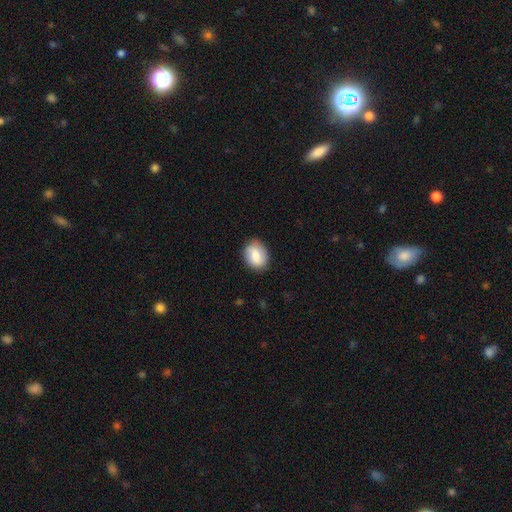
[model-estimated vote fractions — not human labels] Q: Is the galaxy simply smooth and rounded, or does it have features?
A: smooth — 78%.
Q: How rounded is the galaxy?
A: in between — 58%.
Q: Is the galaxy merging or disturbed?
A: none — 83%.